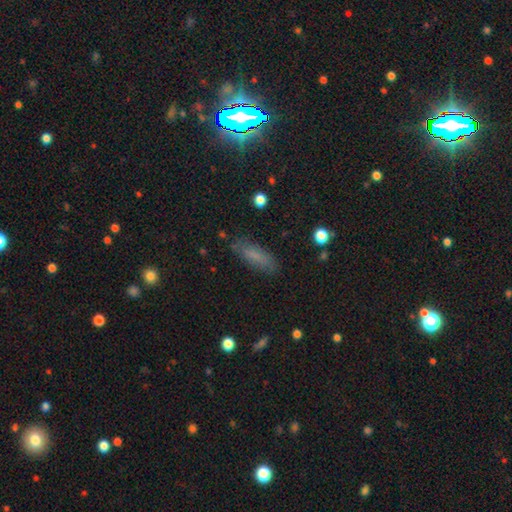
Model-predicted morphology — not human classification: Smooth or featured?
  - smooth: 73% *
  - featured or disk: 15%
  - star or artifact: 12%
How rounded?
  - in between: 51% *
  - cigar-shaped: 46%
  - round: 3%
Merging?
  - none: 78% *
  - minor disturbance: 15%
  - major disturbance: 5%
  - merger: 2%